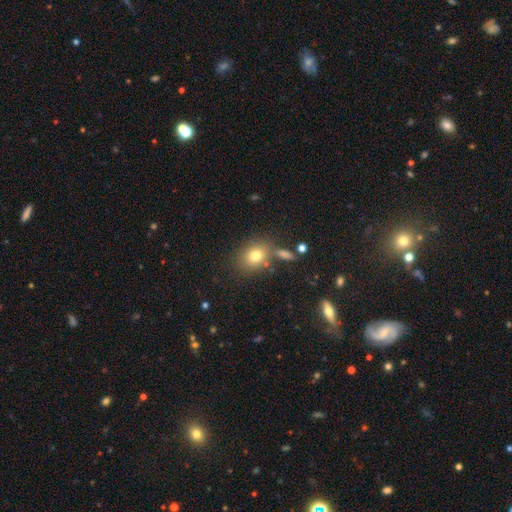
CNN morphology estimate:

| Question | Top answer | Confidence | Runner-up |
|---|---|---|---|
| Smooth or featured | smooth | 76% | star or artifact (12%) |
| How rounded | in between | 51% | round (48%) |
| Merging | none | 71% | minor disturbance (13%) |